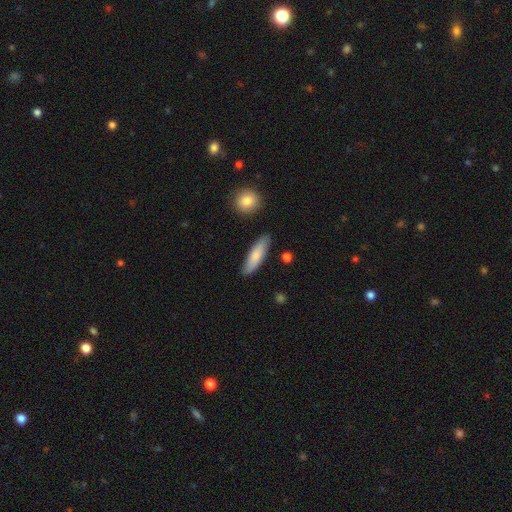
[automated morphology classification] type=smooth (79%); roundness=cigar-shaped (58%); merging=none (86%).